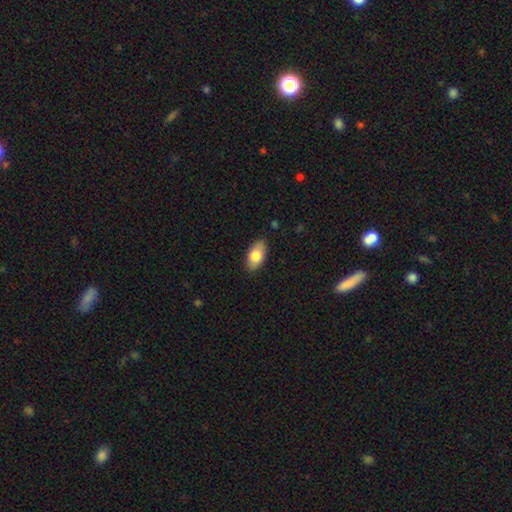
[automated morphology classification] Q: Smooth or featured?
A: smooth (78%); runner-up: featured or disk (15%)
Q: How rounded?
A: in between (93%); runner-up: round (4%)
Q: Merging?
A: none (85%); runner-up: minor disturbance (11%)